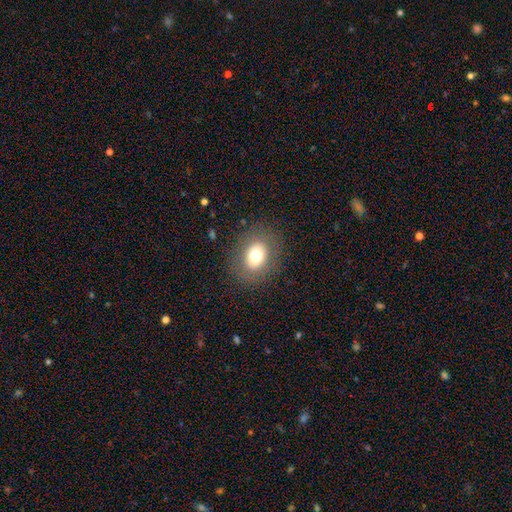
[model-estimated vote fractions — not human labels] This appears to be a smooth galaxy with no disk features (70%) that is in between round and cigar-shaped (55%). Merging: none (84%).